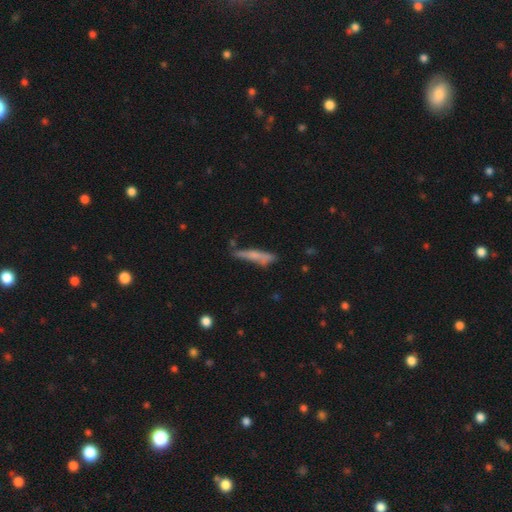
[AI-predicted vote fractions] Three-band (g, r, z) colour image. It shows a smooth galaxy with no disk features (58%) that is cigar-shaped (90%). Merging: none (65%).